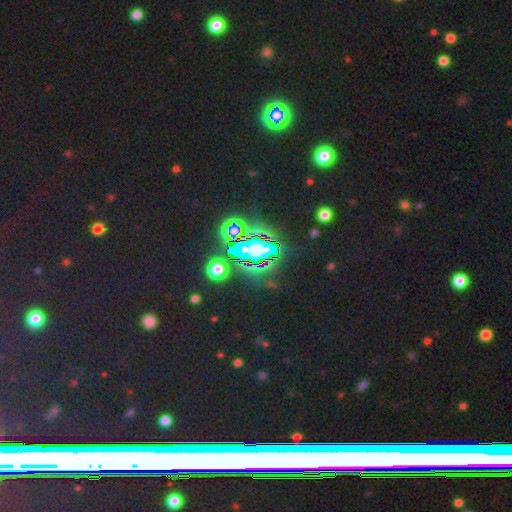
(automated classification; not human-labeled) This is likely a star or artifact rather than a galaxy (73%).